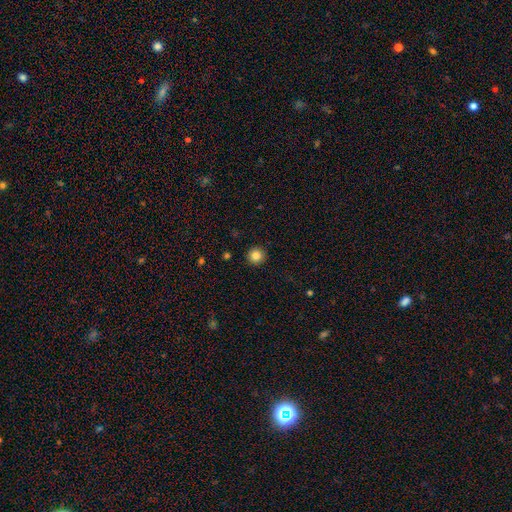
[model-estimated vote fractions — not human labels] Smooth or featured? smooth (84%)
How rounded? round (95%)
Merging? none (93%)